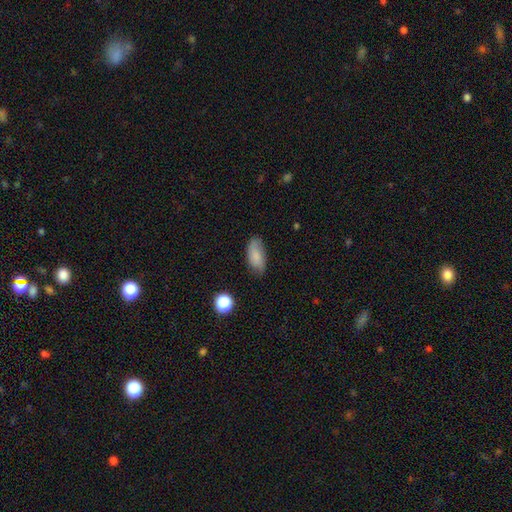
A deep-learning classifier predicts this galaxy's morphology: Q: Smooth or featured?
A: smooth (79%); runner-up: featured or disk (13%)
Q: How rounded?
A: in between (89%); runner-up: cigar-shaped (8%)
Q: Merging?
A: none (72%); runner-up: minor disturbance (22%)